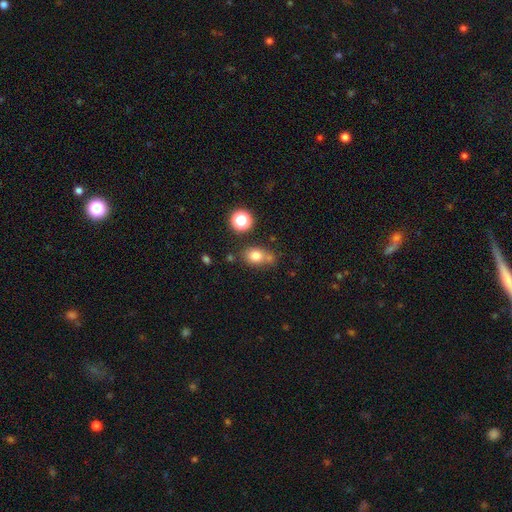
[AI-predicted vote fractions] Smooth or featured?
  - smooth: 77% *
  - star or artifact: 13%
  - featured or disk: 10%
How rounded?
  - in between: 56% *
  - round: 42%
  - cigar-shaped: 2%
Merging?
  - none: 58% *
  - minor disturbance: 18%
  - merger: 18%
  - major disturbance: 6%